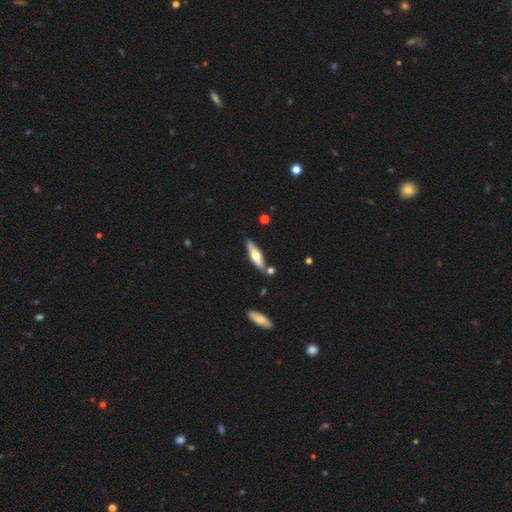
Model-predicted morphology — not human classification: This appears to be a featured or disk galaxy (52%) viewed edge-on (91%). Merging: none (80%).